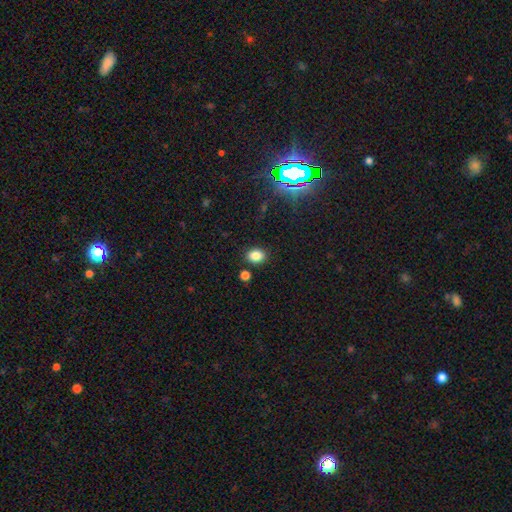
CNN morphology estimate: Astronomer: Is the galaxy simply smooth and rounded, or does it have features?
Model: smooth — 84%.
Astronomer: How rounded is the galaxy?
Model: in between — 57% (runner-up: round, 42%).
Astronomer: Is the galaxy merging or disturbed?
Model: none — 83%.